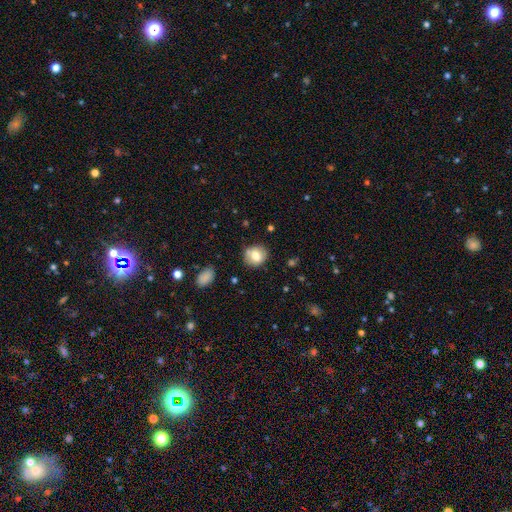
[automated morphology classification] Smooth or featured? Predicted: smooth (p=0.74). How rounded? Predicted: round (p=0.75). Merging? Predicted: none (p=0.77).